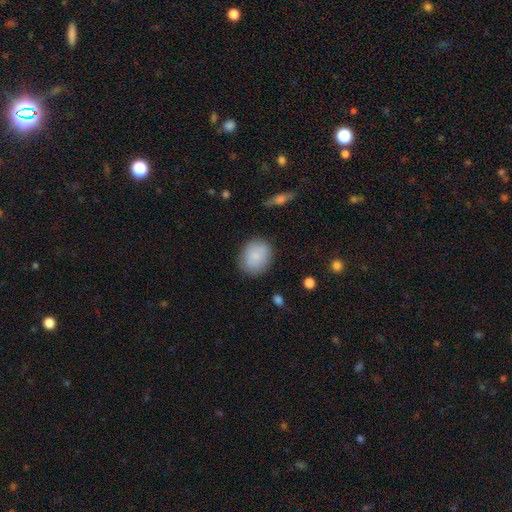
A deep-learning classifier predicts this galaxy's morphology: type=smooth (86%); roundness=round (58%); merging=none (83%).